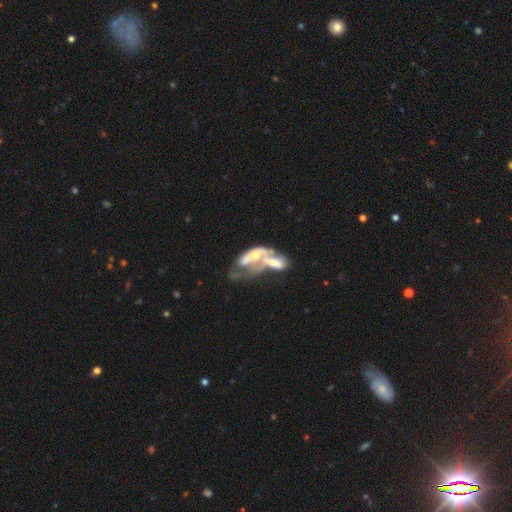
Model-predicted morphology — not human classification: Smooth or featured?
  - featured or disk: 65% *
  - smooth: 27%
  - star or artifact: 9%
Edge-on disk?
  - no: 94% *
  - yes: 6%
Bar?
  - no: 77% *
  - weak: 17%
  - strong: 6%
Spiral arms?
  - no: 64% *
  - yes: 36%
Bulge size?
  - moderate: 45% *
  - small: 26%
  - none: 17%
  - large: 9%
  - dominant: 2%
Merging?
  - merger: 69% *
  - major disturbance: 18%
  - none: 8%
  - minor disturbance: 6%